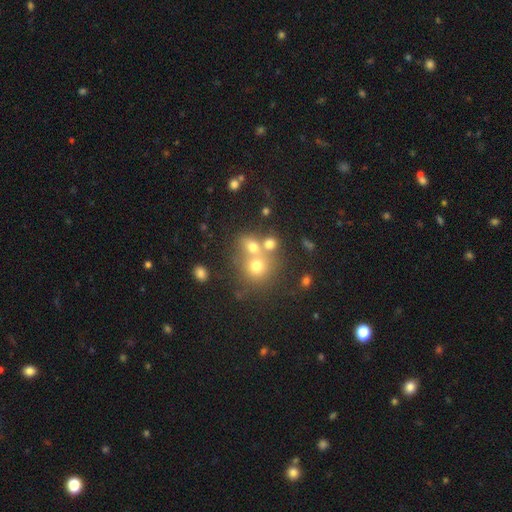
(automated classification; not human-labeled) Q: Smooth or featured?
A: smooth (59%); runner-up: star or artifact (22%)
Q: How rounded?
A: round (80%); runner-up: in between (19%)
Q: Merging?
A: merger (44%); tied with: none (44%)